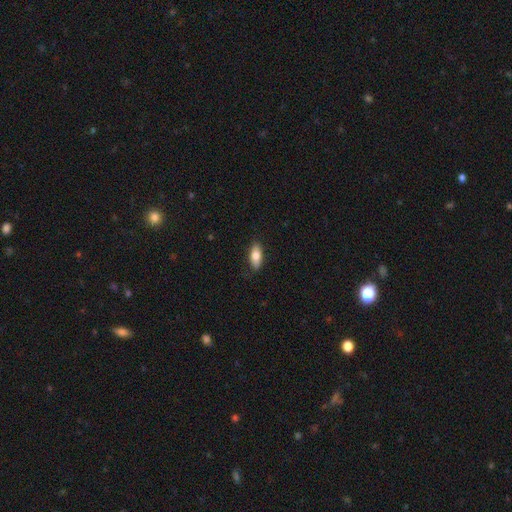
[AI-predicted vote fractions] This is likely a smooth galaxy (78%). How rounded: clearly in between (81%). Merging: clearly none (85%).